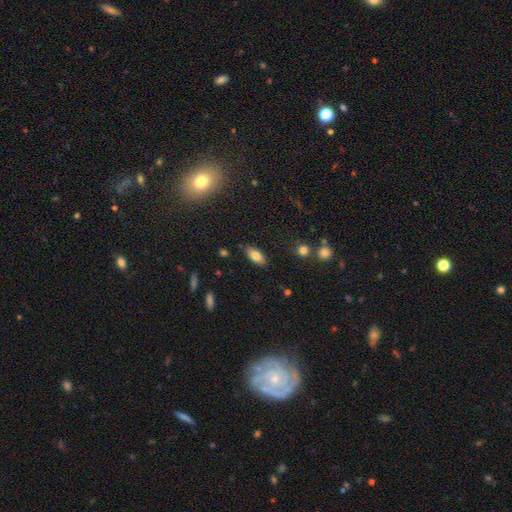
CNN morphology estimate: Smooth or featured: smooth — 79% (featured or disk — 13%)
How rounded: in between — 85% (cigar-shaped — 12%)
Merging: none — 83% (minor disturbance — 12%)